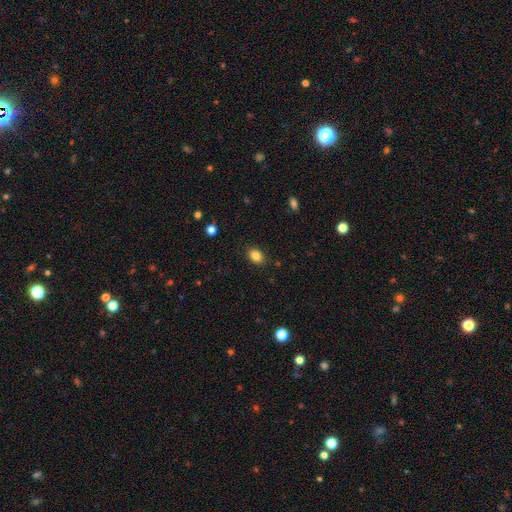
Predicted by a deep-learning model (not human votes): A smooth galaxy with no disk features (85%) that is in between round and cigar-shaped (70%). Merging: none (86%).